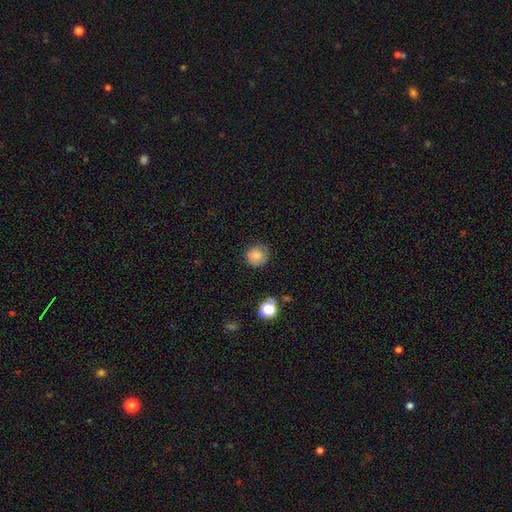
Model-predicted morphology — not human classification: Smooth or featured: smooth — 82% (star or artifact — 11%)
How rounded: round — 90% (in between — 9%)
Merging: none — 79% (minor disturbance — 15%)